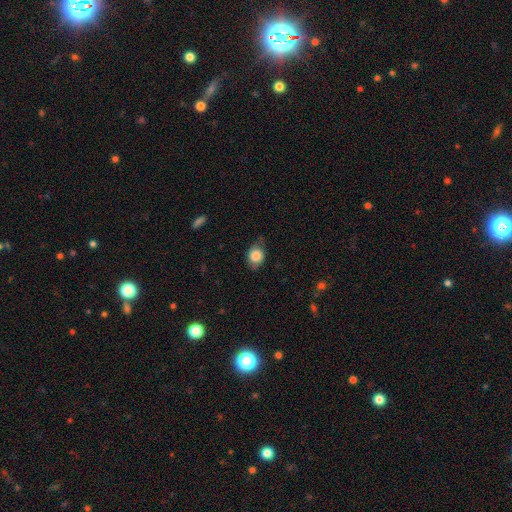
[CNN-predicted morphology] A smooth galaxy with no disk features (78%) that is in between round and cigar-shaped (54%). Merging: none (64%).